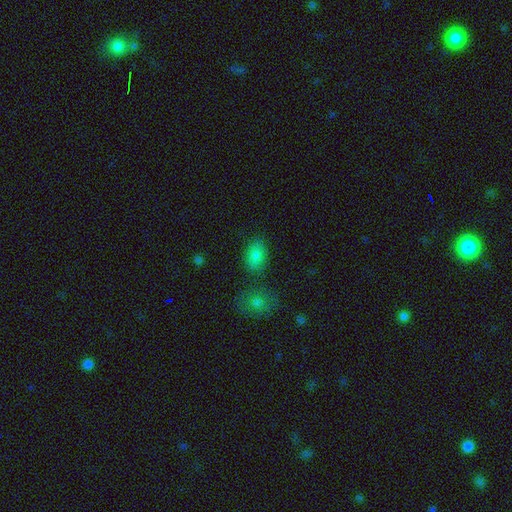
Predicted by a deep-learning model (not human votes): Q: Smooth or featured?
A: smooth (83%); runner-up: star or artifact (11%)
Q: How rounded?
A: in between (86%); runner-up: round (12%)
Q: Merging?
A: none (74%); runner-up: minor disturbance (13%)